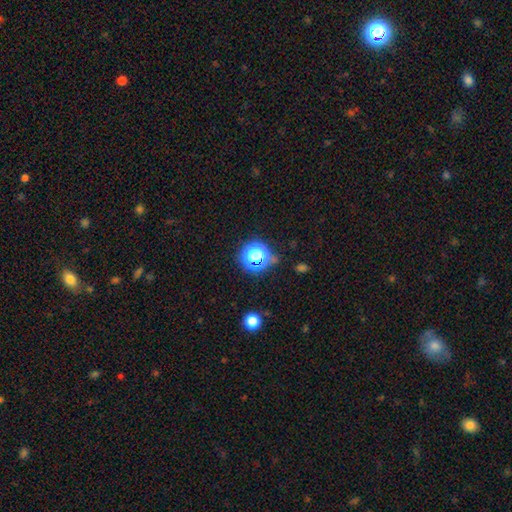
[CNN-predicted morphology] Smooth or featured? Predicted: star or artifact (p=0.47).